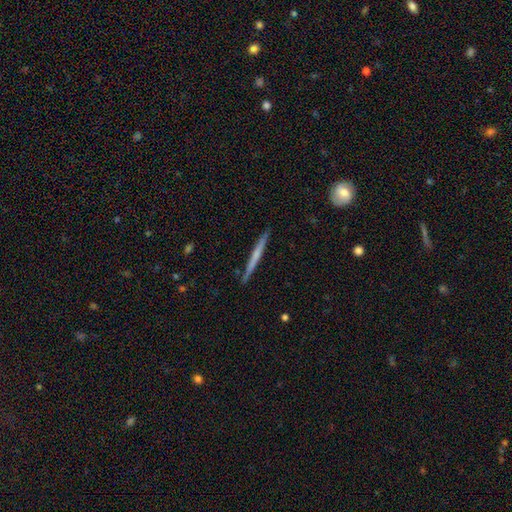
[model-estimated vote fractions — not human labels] featured or disk 52%, smooth 42%, star or artifact 5%. Down the decision tree: edge-on disk — yes (98%); edge-on bulge — none (79%); merging — none (91%).